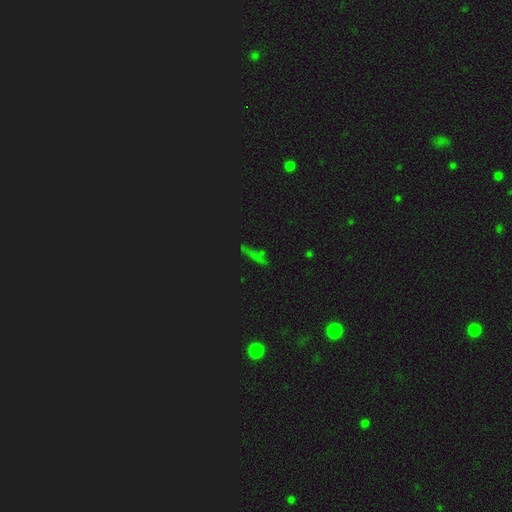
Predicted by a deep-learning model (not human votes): Morphology: type=star or artifact (48%).